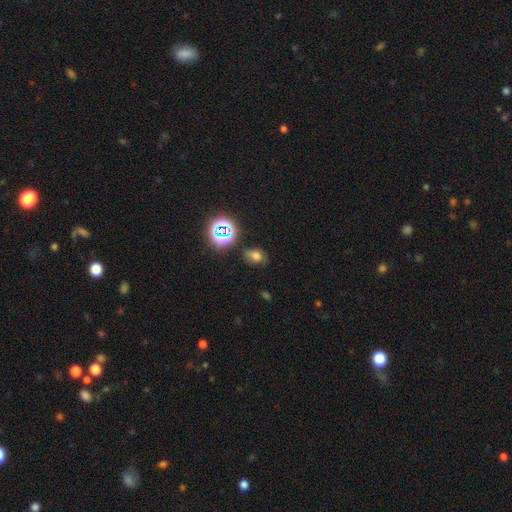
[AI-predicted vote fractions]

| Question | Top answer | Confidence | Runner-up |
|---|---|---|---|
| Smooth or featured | smooth | 59% | star or artifact (28%) |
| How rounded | in between | 65% | round (33%) |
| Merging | none | 59% | minor disturbance (26%) |